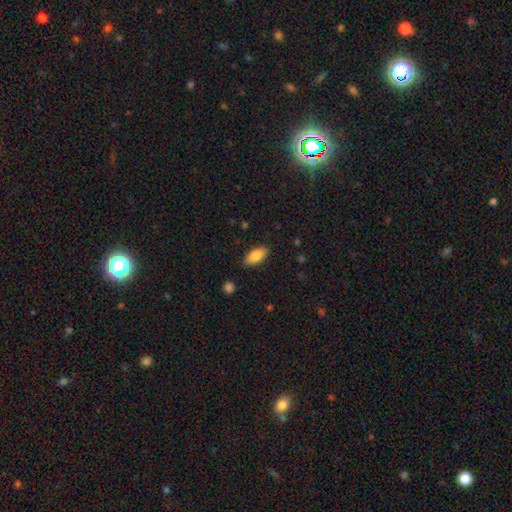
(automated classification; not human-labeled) Smooth or featured?
  - smooth: 84% *
  - featured or disk: 9%
  - star or artifact: 7%
How rounded?
  - in between: 88% *
  - cigar-shaped: 10%
  - round: 2%
Merging?
  - none: 87% *
  - minor disturbance: 10%
  - major disturbance: 2%
  - merger: 1%